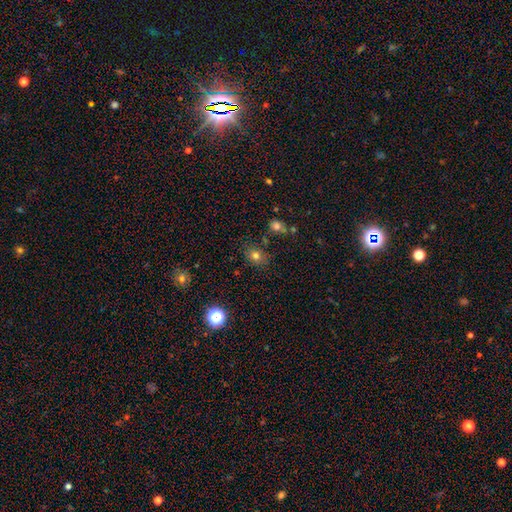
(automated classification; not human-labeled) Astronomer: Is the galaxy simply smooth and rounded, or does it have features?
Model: smooth — 74%.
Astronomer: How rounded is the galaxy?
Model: round — 53% (runner-up: in between, 46%).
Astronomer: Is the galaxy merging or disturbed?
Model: none — 78%.